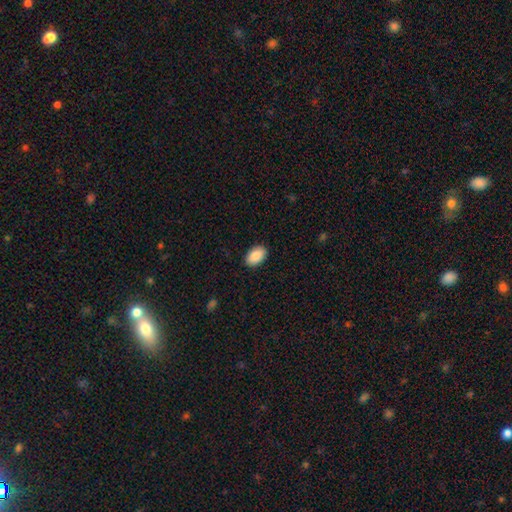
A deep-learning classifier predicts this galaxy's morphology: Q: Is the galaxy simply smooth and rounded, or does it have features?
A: smooth — 88%.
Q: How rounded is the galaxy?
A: in between — 91%.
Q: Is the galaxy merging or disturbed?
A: none — 90%.